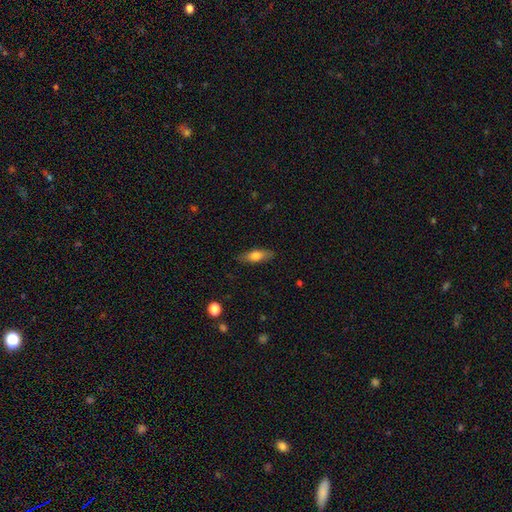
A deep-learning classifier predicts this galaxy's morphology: smooth-or-featured: smooth: 70% | featured or disk: 23% | star or artifact: 7%
  how-rounded: in between: 63% | cigar-shaped: 34% | round: 3%
  merging: none: 84% | minor disturbance: 12% | major disturbance: 3% | merger: 1%